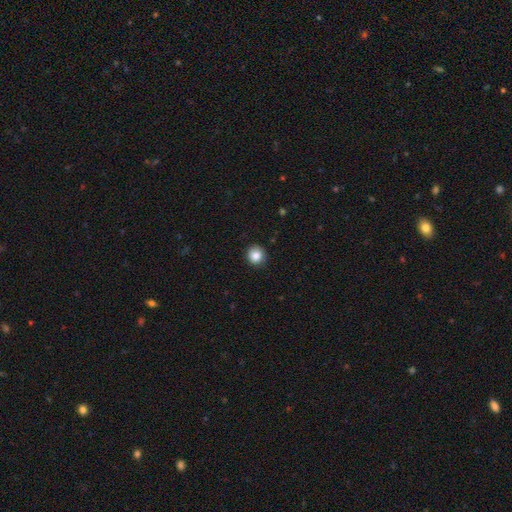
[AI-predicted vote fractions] Smooth or featured: smooth — 85% (star or artifact — 10%)
How rounded: round — 90% (in between — 9%)
Merging: none — 89% (minor disturbance — 8%)